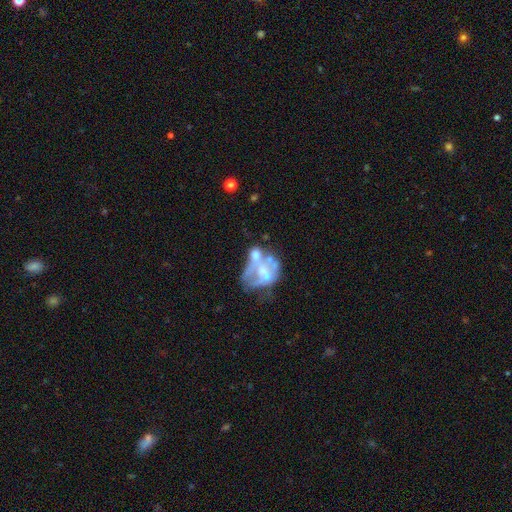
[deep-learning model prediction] Overall: featured or disk (63%; smooth 26%). Edge-on disk: no (98%). Bar: no (87%). Spiral arms: no (86%). Bulge size: none (39%; small 28%). Merging: merger (34%; major disturbance 27%).